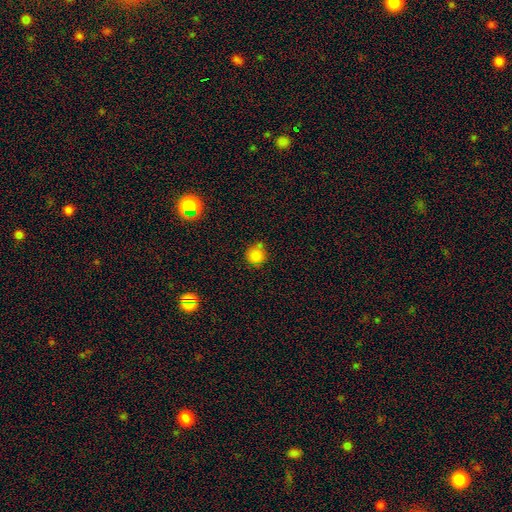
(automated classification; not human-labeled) Q: Smooth or featured?
A: smooth (83%); runner-up: star or artifact (12%)
Q: How rounded?
A: round (92%); runner-up: in between (7%)
Q: Merging?
A: none (68%); runner-up: minor disturbance (16%)